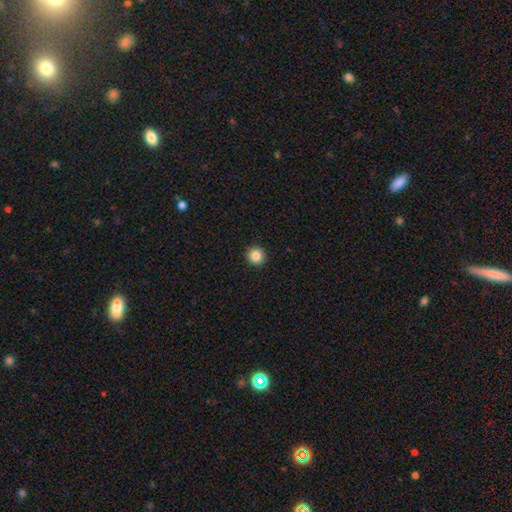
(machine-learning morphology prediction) Smooth or featured?
  - smooth: 86% *
  - star or artifact: 10%
  - featured or disk: 4%
How rounded?
  - round: 95% *
  - in between: 4%
  - cigar-shaped: 1%
Merging?
  - none: 94% *
  - minor disturbance: 4%
  - major disturbance: 1%
  - merger: 1%